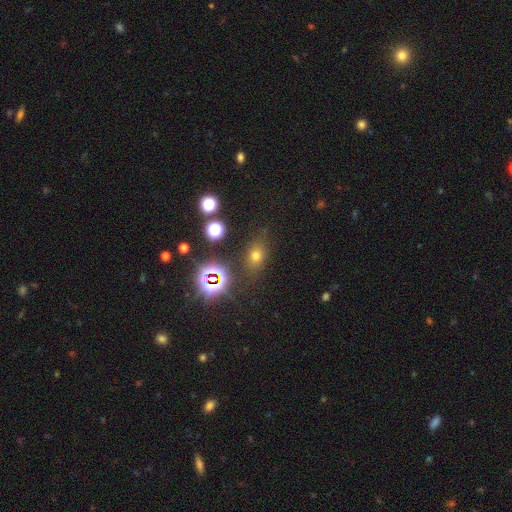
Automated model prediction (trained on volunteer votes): smooth_or_featured: smooth (p=0.61) [alt: star or artifact p=0.29]
how_rounded: in between (p=0.61) [alt: round p=0.37]
merging: none (p=0.80) [alt: minor disturbance p=0.12]